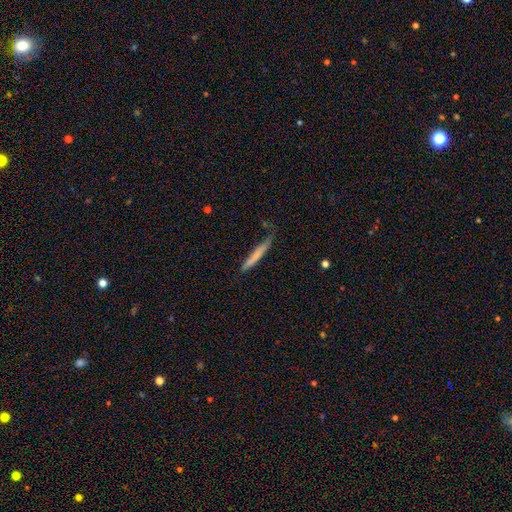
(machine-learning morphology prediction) The model was most divided on "smooth or featured": smooth: 64%, featured or disk: 30%, star or artifact: 6%. More confident: how rounded — cigar-shaped (94%); merging — none (64%).